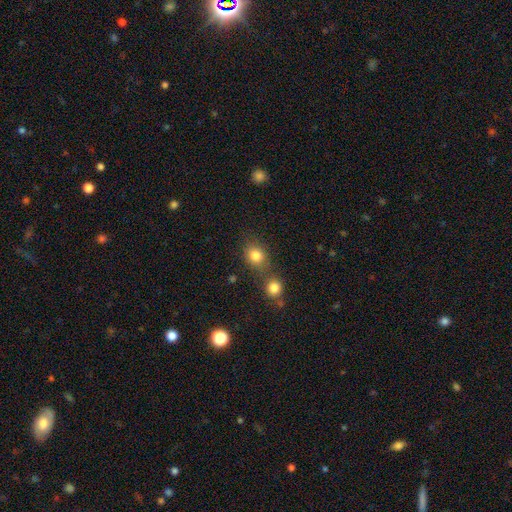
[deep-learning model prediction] Q: Smooth or featured?
A: smooth (81%); runner-up: star or artifact (12%)
Q: How rounded?
A: round (68%); runner-up: in between (31%)
Q: Merging?
A: none (57%); runner-up: merger (29%)